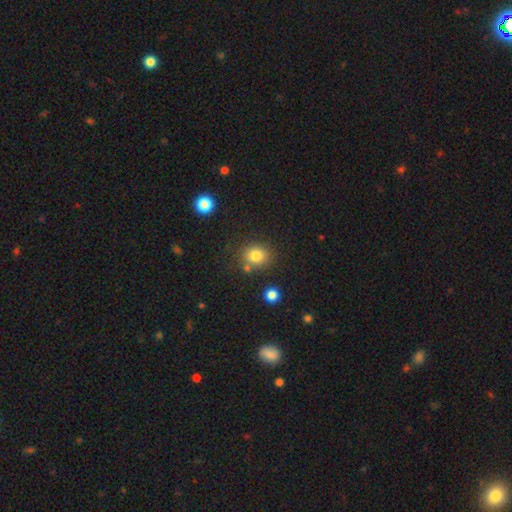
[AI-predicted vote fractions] smooth_or_featured: smooth (p=0.81) [alt: star or artifact p=0.12]
how_rounded: round (p=0.75) [alt: in between p=0.24]
merging: none (p=0.75) [alt: minor disturbance p=0.11]